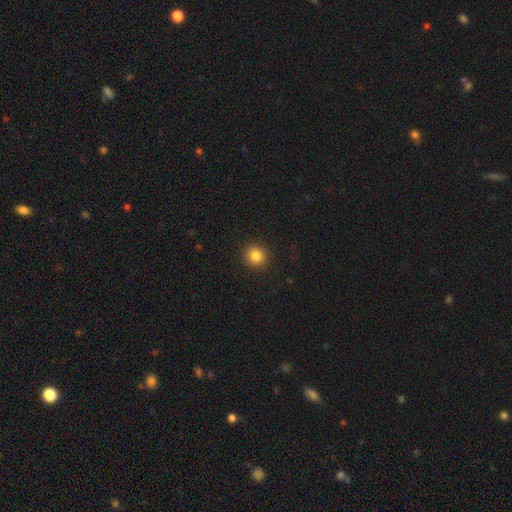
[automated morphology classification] Smooth or featured? smooth (84%)
How rounded? round (91%)
Merging? none (92%)